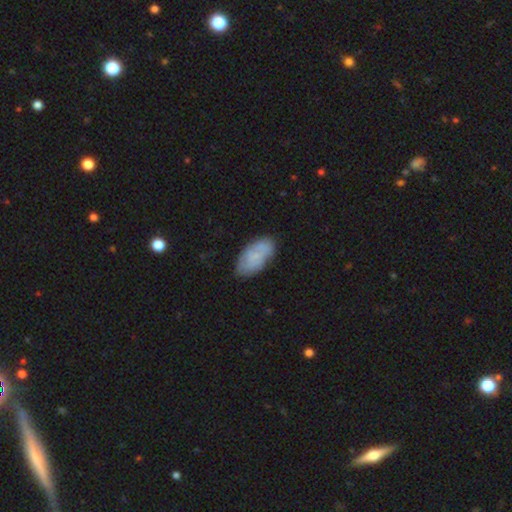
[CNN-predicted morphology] smooth-or-featured: smooth: 59% | featured or disk: 33% | star or artifact: 8%
  how-rounded: in between: 93% | cigar-shaped: 4% | round: 3%
  merging: none: 74% | minor disturbance: 19% | major disturbance: 5% | merger: 2%